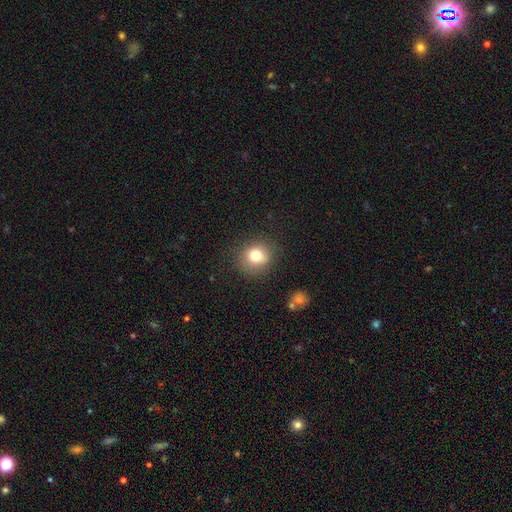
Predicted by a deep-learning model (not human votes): The model was most divided on "how rounded": round: 82%, in between: 17%, cigar-shaped: 1%. More confident: merging — none (83%); smooth or featured — smooth (78%).